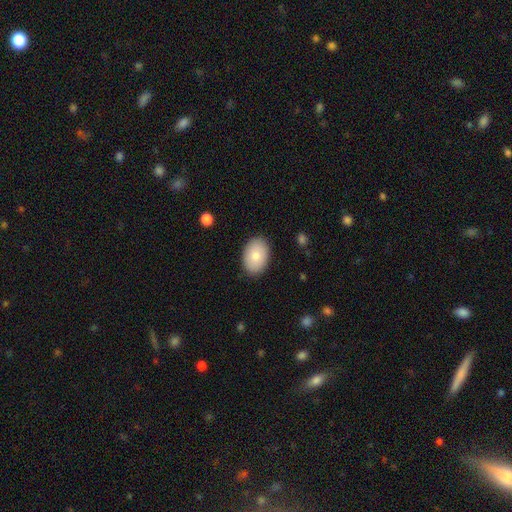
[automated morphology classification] Overall: smooth (81%). How rounded: in between (85%). Merging: none (88%).